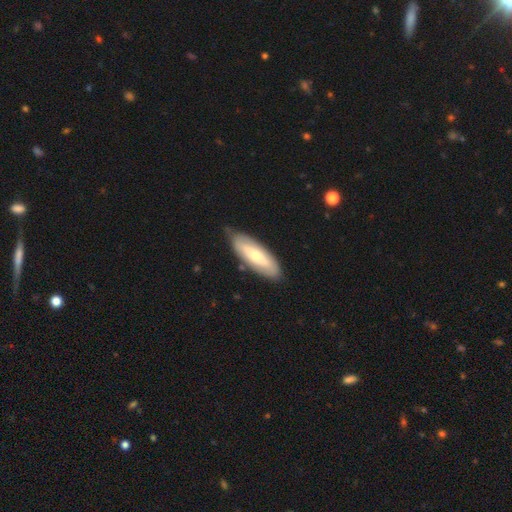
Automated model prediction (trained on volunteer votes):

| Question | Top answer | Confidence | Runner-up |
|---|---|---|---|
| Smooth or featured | smooth | 55% | featured or disk (40%) |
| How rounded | in between | 63% | cigar-shaped (35%) |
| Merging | none | 78% | minor disturbance (17%) |